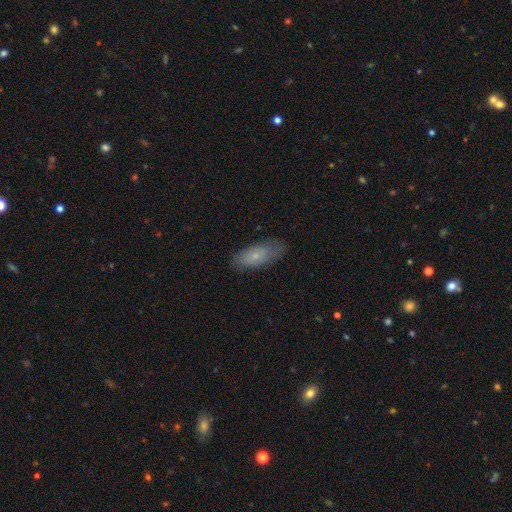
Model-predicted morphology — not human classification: Overall: smooth (69%). How rounded: in between (81%). Merging: none (76%).